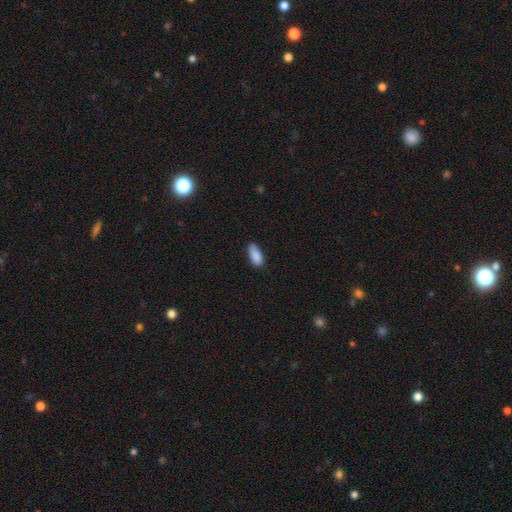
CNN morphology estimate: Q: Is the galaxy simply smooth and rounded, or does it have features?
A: smooth — 88%.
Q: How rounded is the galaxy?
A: in between — 85%.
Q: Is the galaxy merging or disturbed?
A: none — 71%.